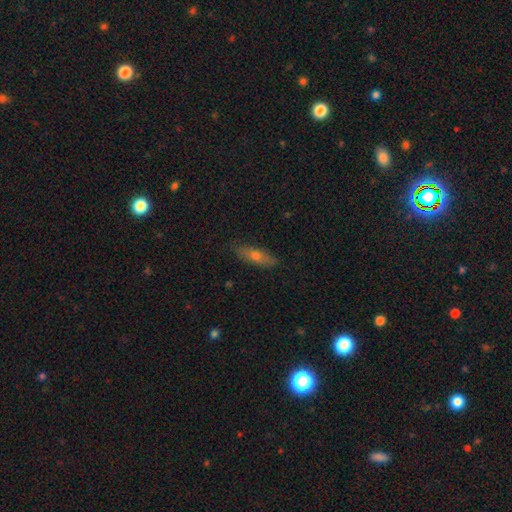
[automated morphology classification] type=smooth (59%); roundness=cigar-shaped (55%); merging=none (85%).